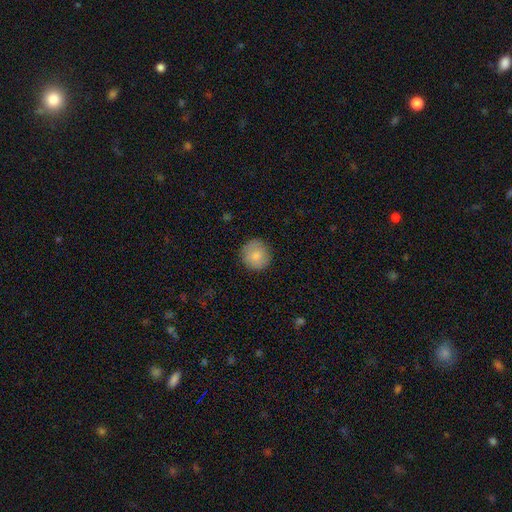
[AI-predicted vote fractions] Overall: smooth (84%). How rounded: round (92%). Merging: none (88%).